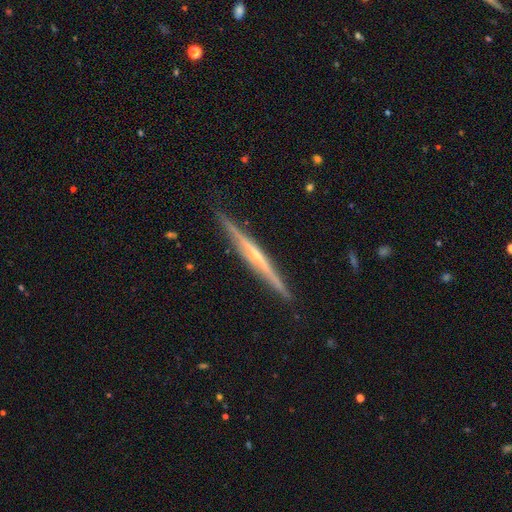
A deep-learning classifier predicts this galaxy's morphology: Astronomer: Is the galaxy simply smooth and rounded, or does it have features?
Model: featured or disk — 78%.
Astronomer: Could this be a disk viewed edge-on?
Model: yes — 98%.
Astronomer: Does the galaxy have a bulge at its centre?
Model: rounded — 52% (runner-up: none, 40%).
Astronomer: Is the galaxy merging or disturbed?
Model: none — 90%.